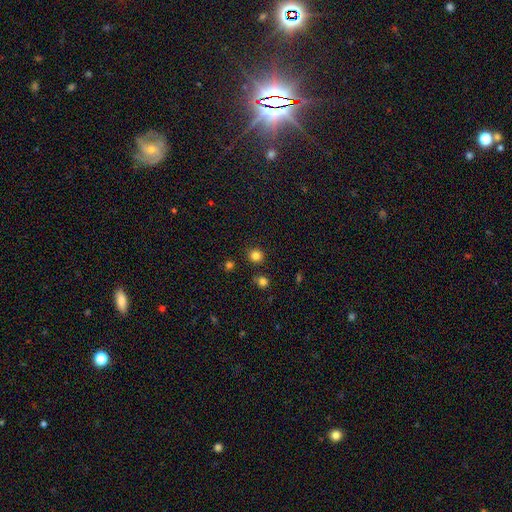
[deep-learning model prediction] Smooth or featured? smooth (82%)
How rounded? round (91%)
Merging? none (87%)